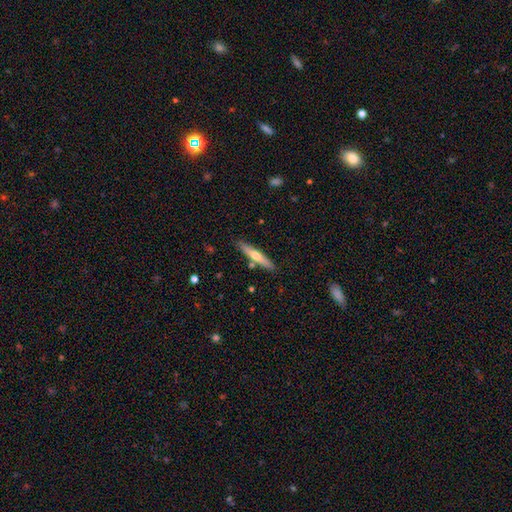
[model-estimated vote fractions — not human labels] Morphology: type=smooth (50%); roundness=cigar-shaped (89%); merging=none (85%).